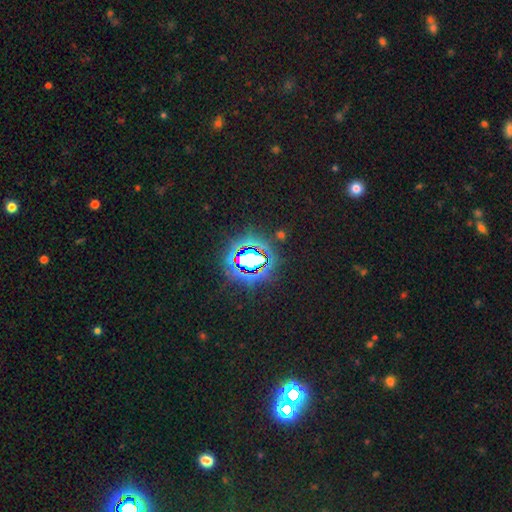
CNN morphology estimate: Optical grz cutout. It shows a star or artifact, not a galaxy (80%).